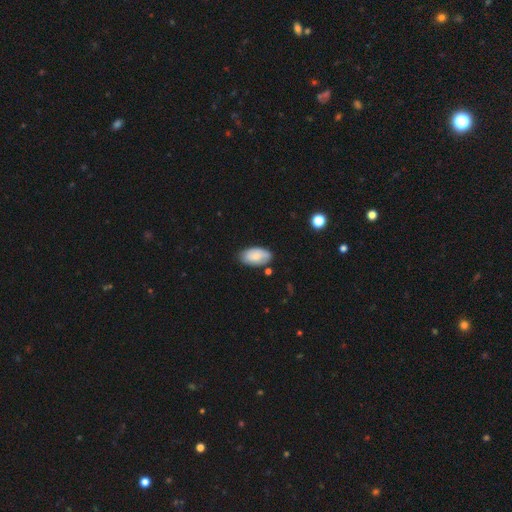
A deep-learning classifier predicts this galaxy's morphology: The model was most divided on "smooth or featured": smooth: 75%, featured or disk: 18%, star or artifact: 7%. More confident: how rounded — in between (95%); merging — none (75%).